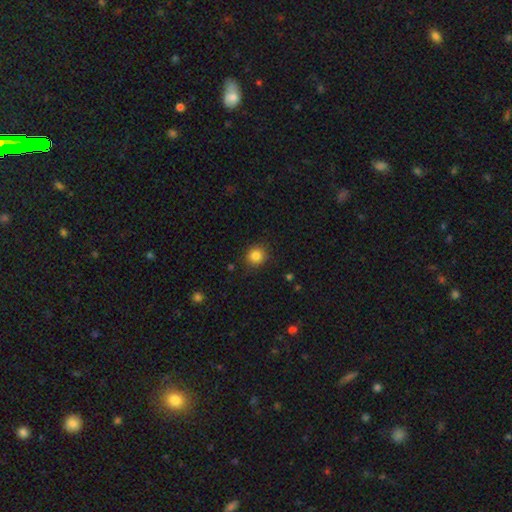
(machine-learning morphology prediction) Smooth or featured?
  - smooth: 84% *
  - star or artifact: 11%
  - featured or disk: 5%
How rounded?
  - round: 90% *
  - in between: 9%
  - cigar-shaped: 1%
Merging?
  - none: 87% *
  - minor disturbance: 9%
  - major disturbance: 2%
  - merger: 1%